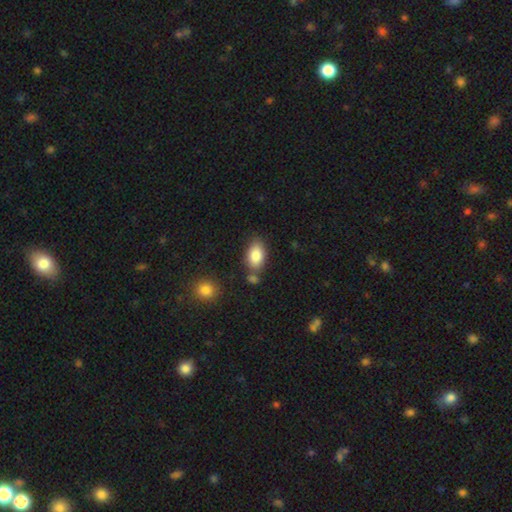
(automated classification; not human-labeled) A smooth galaxy with no disk features (85%) that is in between round and cigar-shaped (90%). Merging: none (67%).